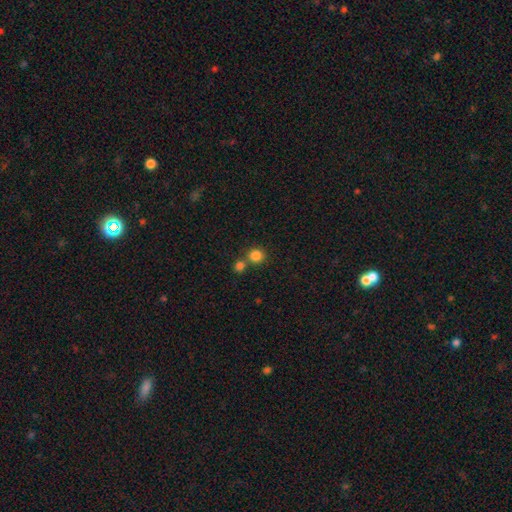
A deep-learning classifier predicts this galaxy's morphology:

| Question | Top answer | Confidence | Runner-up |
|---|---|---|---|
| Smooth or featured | smooth | 83% | star or artifact (12%) |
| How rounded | round | 90% | in between (9%) |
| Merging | none | 62% | merger (29%) |